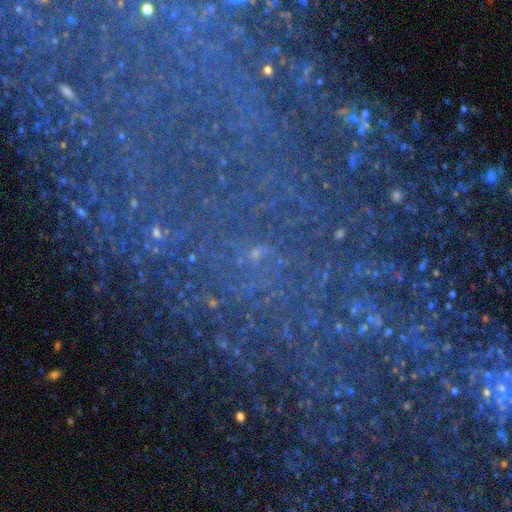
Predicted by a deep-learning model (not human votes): smooth-or-featured: star or artifact: 74% | featured or disk: 13% | smooth: 13%